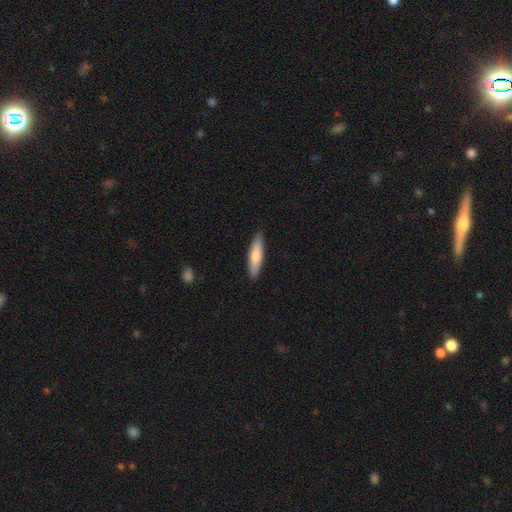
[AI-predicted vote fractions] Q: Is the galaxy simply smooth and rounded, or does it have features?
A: smooth — 75%.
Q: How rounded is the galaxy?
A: cigar-shaped — 74%.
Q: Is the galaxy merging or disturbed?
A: none — 89%.